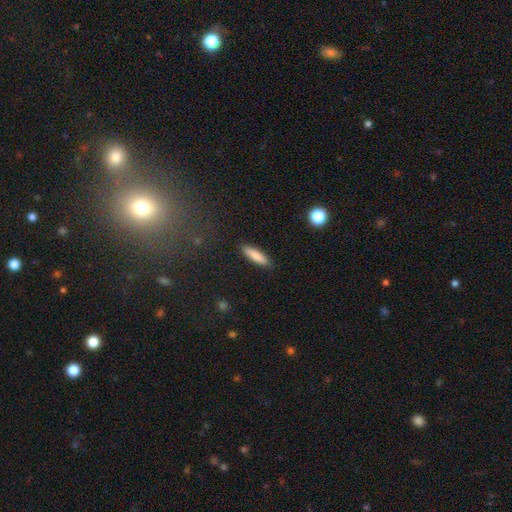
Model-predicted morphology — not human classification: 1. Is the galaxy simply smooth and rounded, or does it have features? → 84% smooth, 10% featured or disk, 6% star or artifact.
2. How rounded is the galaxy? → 68% cigar-shaped, 30% in between, 2% round.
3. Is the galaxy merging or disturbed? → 89% none, 8% minor disturbance, 2% major disturbance, 1% merger.